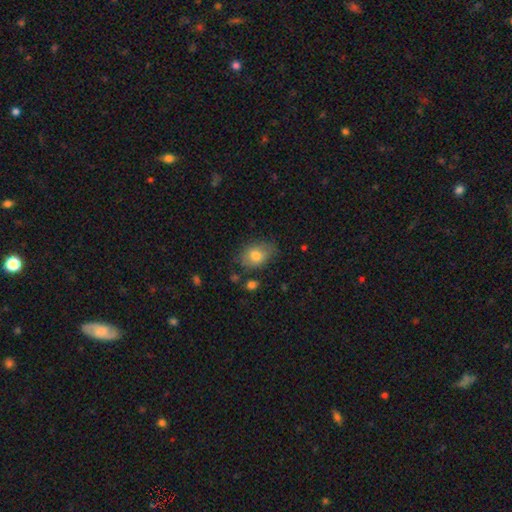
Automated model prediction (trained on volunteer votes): The model was most divided on "merging": none: 67%, minor disturbance: 24%, major disturbance: 6%, merger: 3%. More confident: smooth or featured — smooth (77%); how rounded — in between (73%).